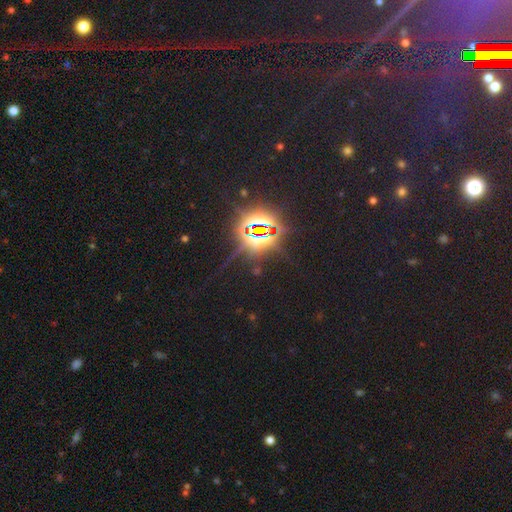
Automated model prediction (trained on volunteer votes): Smooth or featured? Predicted: star or artifact (p=0.82).